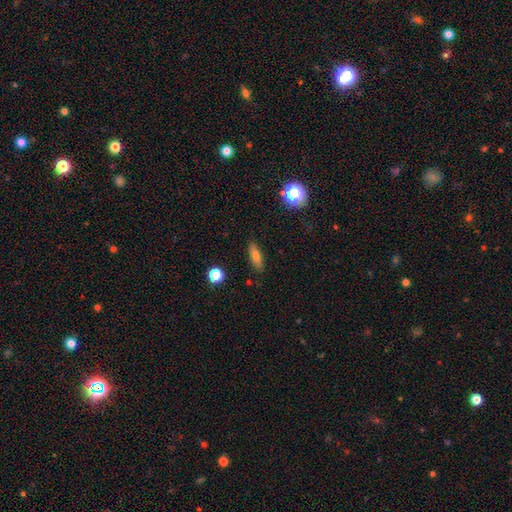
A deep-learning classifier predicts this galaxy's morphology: smooth_or_featured: smooth (p=0.70) [alt: featured or disk p=0.20]
how_rounded: in between (p=0.58) [alt: cigar-shaped p=0.36]
merging: none (p=0.87) [alt: minor disturbance p=0.10]